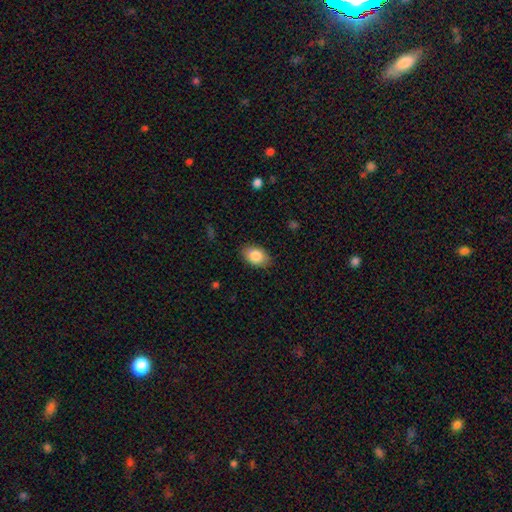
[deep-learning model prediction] Q: Smooth or featured?
A: smooth (84%); runner-up: featured or disk (8%)
Q: How rounded?
A: in between (86%); runner-up: round (13%)
Q: Merging?
A: none (84%); runner-up: minor disturbance (12%)